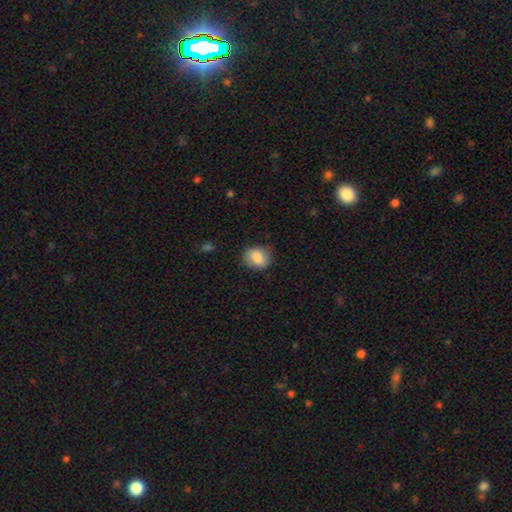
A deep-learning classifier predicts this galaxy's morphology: smooth_or_featured: smooth (p=0.79) [alt: featured or disk p=0.13]
how_rounded: round (p=0.55) [alt: in between p=0.44]
merging: none (p=0.78) [alt: minor disturbance p=0.17]